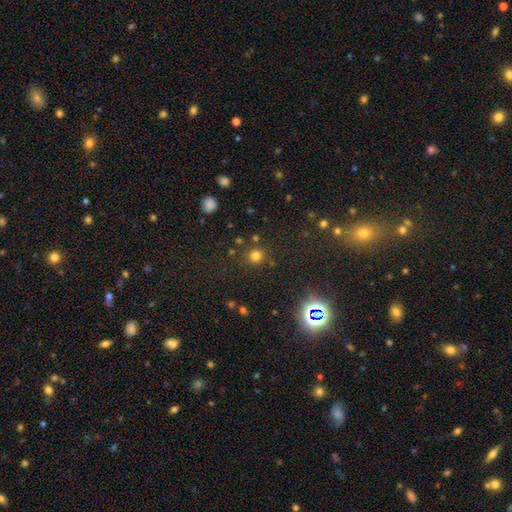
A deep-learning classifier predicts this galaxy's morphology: A smooth galaxy with no disk features (75%) that is round (90%). Merging: none (83%).